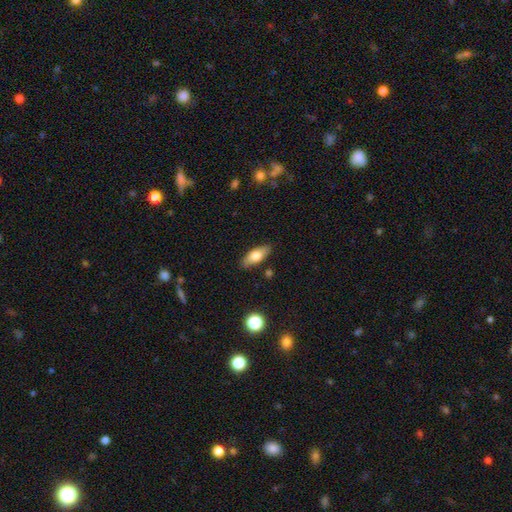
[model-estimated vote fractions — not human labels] smooth_or_featured: smooth (p=0.69) [alt: featured or disk p=0.24]
how_rounded: in between (p=0.76) [alt: cigar-shaped p=0.21]
merging: none (p=0.87) [alt: minor disturbance p=0.10]